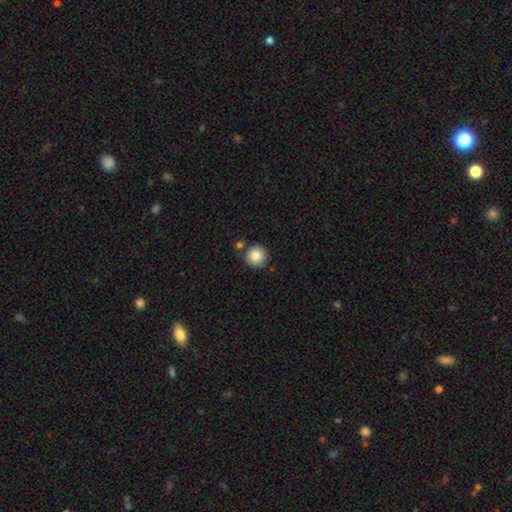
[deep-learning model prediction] Smooth or featured?
  - smooth: 86% *
  - star or artifact: 9%
  - featured or disk: 6%
How rounded?
  - round: 95% *
  - in between: 4%
  - cigar-shaped: 1%
Merging?
  - none: 81% *
  - merger: 9%
  - minor disturbance: 8%
  - major disturbance: 2%